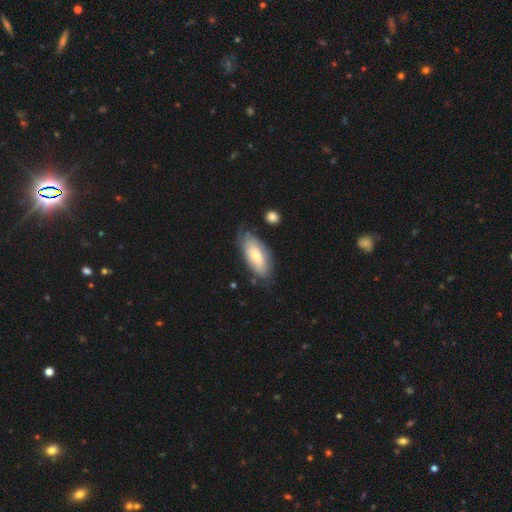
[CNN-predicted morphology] A smooth galaxy with no disk features (58%) that is in between round and cigar-shaped (86%). Merging: none (65%).